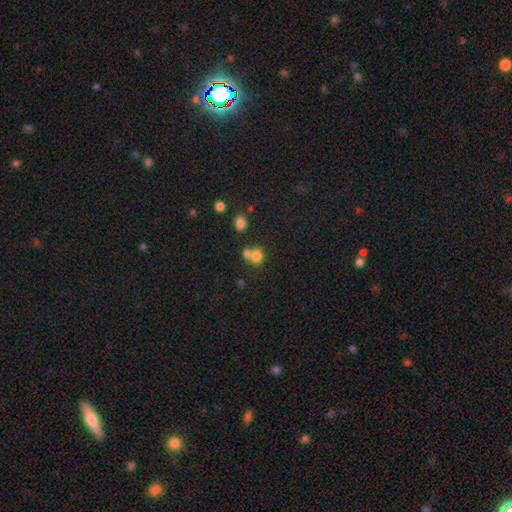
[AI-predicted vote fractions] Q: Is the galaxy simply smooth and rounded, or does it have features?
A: smooth — 78%.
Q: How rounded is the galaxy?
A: round — 74%.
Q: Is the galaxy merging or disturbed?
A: merger — 45%.